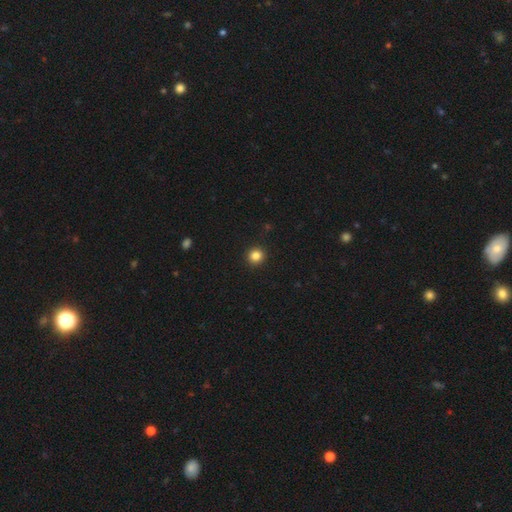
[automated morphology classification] A smooth galaxy with no disk features (84%) that is round (94%). Merging: none (93%).